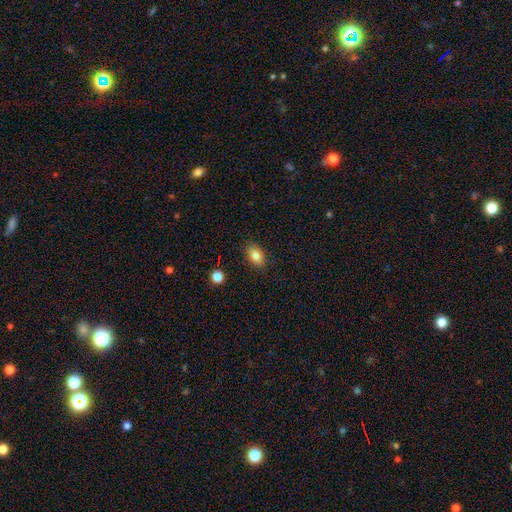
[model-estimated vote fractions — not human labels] Smooth or featured?
  - smooth: 85% *
  - star or artifact: 9%
  - featured or disk: 7%
How rounded?
  - in between: 87% *
  - round: 11%
  - cigar-shaped: 2%
Merging?
  - none: 86% *
  - minor disturbance: 10%
  - major disturbance: 3%
  - merger: 1%